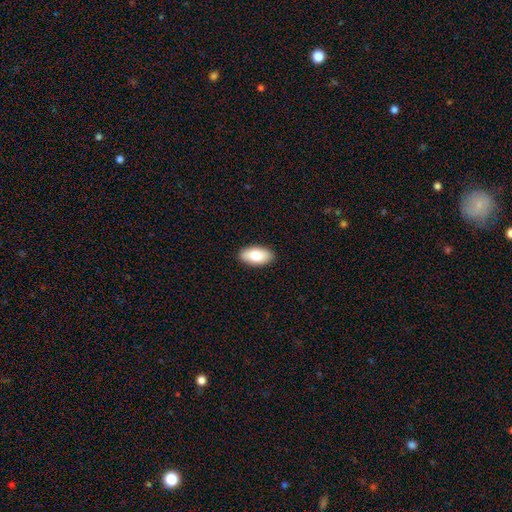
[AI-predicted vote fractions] Smooth or featured?
  - smooth: 80% *
  - featured or disk: 14%
  - star or artifact: 6%
How rounded?
  - in between: 94% *
  - cigar-shaped: 3%
  - round: 3%
Merging?
  - none: 90% *
  - minor disturbance: 8%
  - major disturbance: 2%
  - merger: 1%